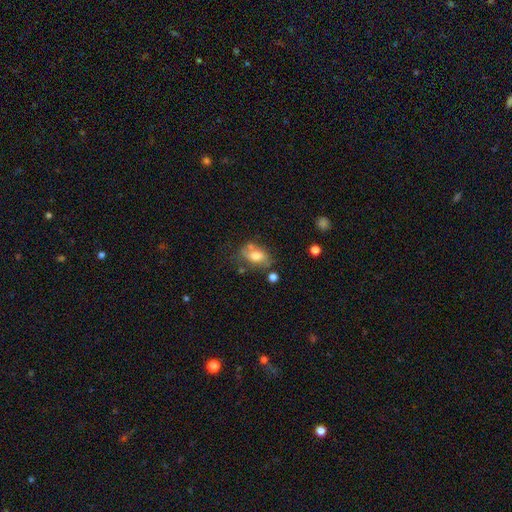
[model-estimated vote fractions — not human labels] Smooth or featured? smooth (66%)
How rounded? in between (84%)
Merging? none (48%)